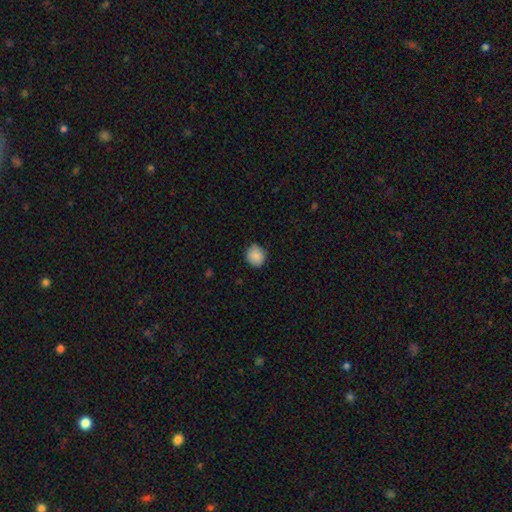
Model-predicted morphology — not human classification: smooth 87%, star or artifact 8%, featured or disk 5%. Down the decision tree: how rounded — round (82%); merging — none (82%).